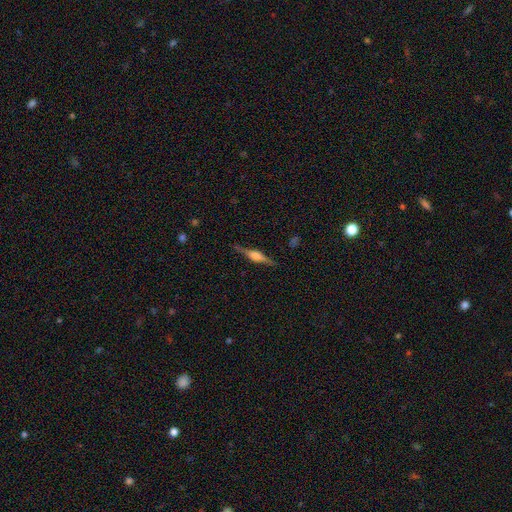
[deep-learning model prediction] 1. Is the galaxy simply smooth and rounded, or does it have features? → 76% featured or disk, 17% smooth, 7% star or artifact.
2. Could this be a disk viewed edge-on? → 98% yes, 2% no.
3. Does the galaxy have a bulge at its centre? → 78% rounded, 19% boxy, 3% none.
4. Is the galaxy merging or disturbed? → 87% none, 9% minor disturbance, 2% major disturbance, 1% merger.